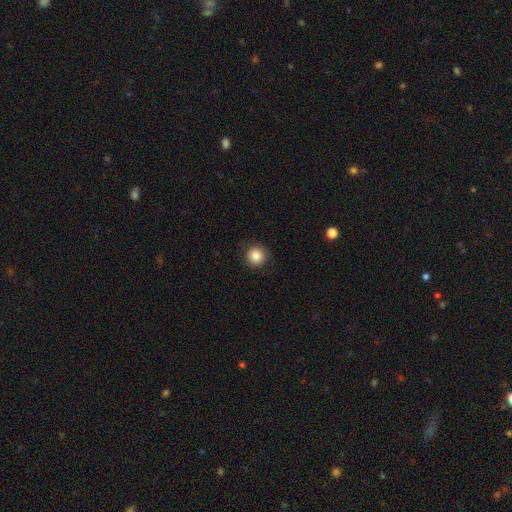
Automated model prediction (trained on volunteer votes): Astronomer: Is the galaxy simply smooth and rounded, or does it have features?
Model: smooth — 86%.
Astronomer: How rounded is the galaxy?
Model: round — 94%.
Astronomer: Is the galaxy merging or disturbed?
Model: none — 89%.